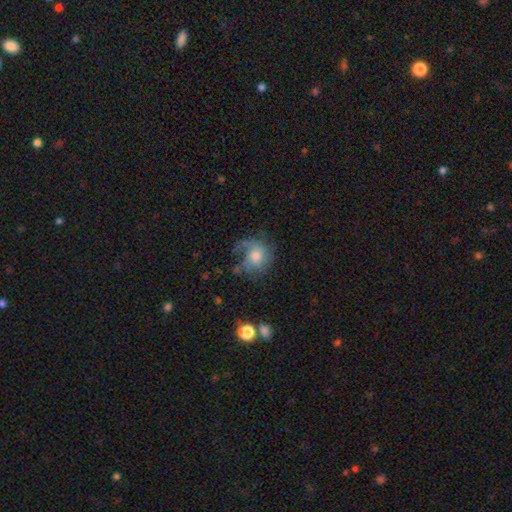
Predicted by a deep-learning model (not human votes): Morphology: type=smooth (50%); merging=none (44%).